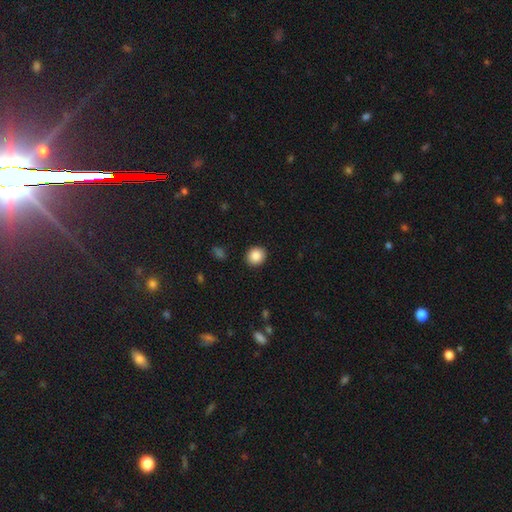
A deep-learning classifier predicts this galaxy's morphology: A smooth galaxy with no disk features (88%) that is round (76%). Merging: none (91%).